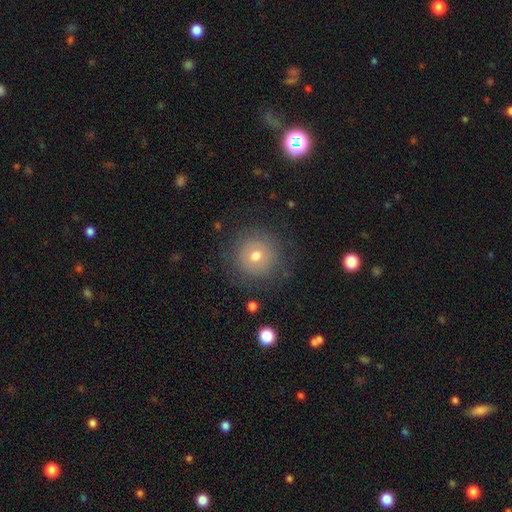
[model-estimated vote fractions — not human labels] This is likely a smooth galaxy (65%). How rounded: clearly round (95%). Merging: clearly none (83%).